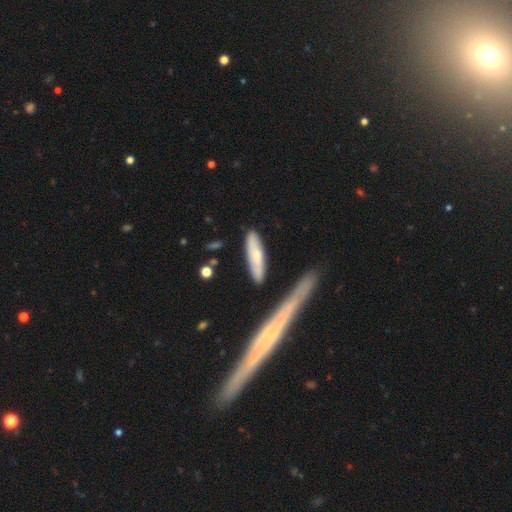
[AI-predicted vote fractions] smooth 57%, featured or disk 38%, star or artifact 6%. Down the decision tree: how rounded — cigar-shaped (68%); merging — none (76%).